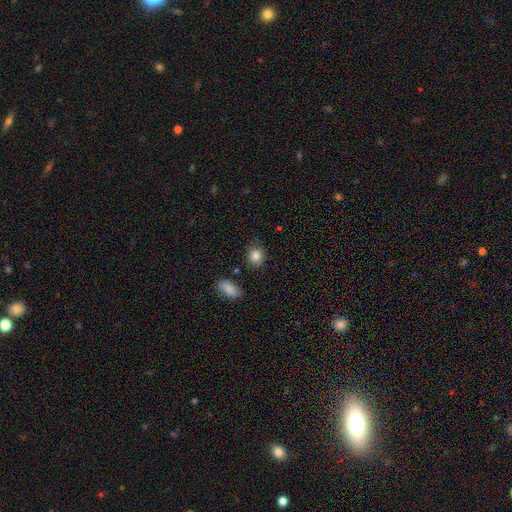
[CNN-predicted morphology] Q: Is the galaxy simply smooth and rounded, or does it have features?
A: smooth — 85%.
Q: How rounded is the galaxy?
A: round — 73%.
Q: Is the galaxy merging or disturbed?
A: none — 85%.